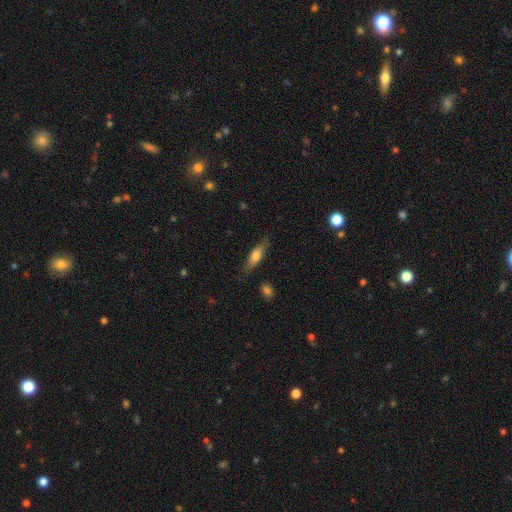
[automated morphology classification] Smooth or featured?
  - smooth: 62% *
  - featured or disk: 31%
  - star or artifact: 7%
How rounded?
  - cigar-shaped: 58% *
  - in between: 39%
  - round: 2%
Merging?
  - none: 79% *
  - minor disturbance: 16%
  - major disturbance: 4%
  - merger: 2%